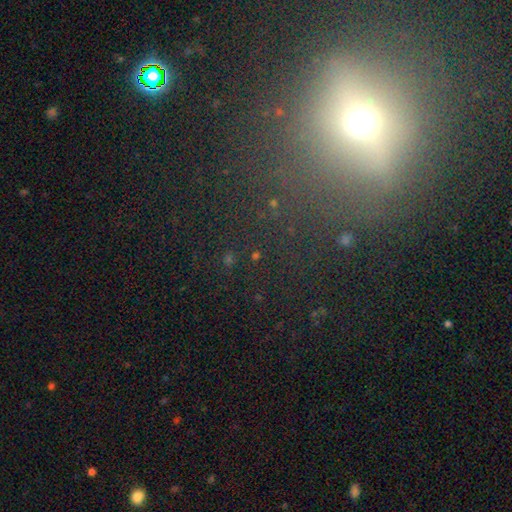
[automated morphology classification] The model was most divided on "smooth or featured": star or artifact: 58%, smooth: 31%, featured or disk: 11%.